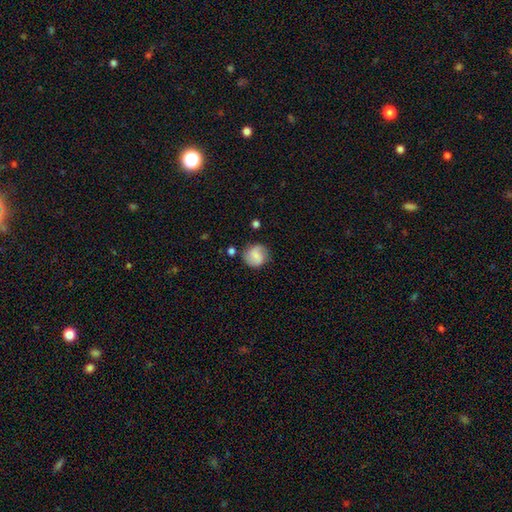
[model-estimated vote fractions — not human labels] The model was most divided on "smooth or featured": smooth: 58%, featured or disk: 33%, star or artifact: 9%. More confident: how rounded — round (86%); merging — none (74%).